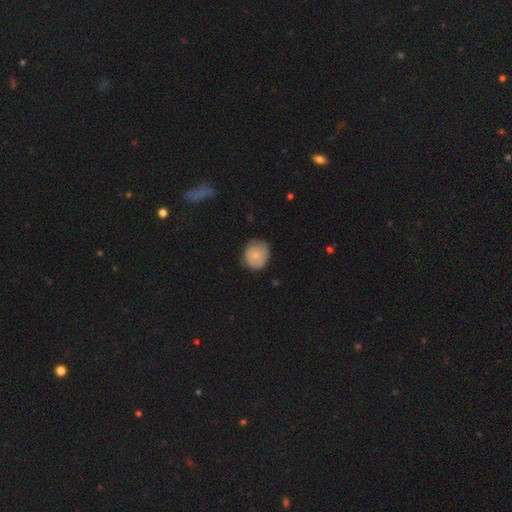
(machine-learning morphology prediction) Smooth or featured?
  - smooth: 74% *
  - featured or disk: 19%
  - star or artifact: 6%
How rounded?
  - round: 82% *
  - in between: 17%
  - cigar-shaped: 1%
Merging?
  - none: 69% *
  - minor disturbance: 25%
  - major disturbance: 5%
  - merger: 1%